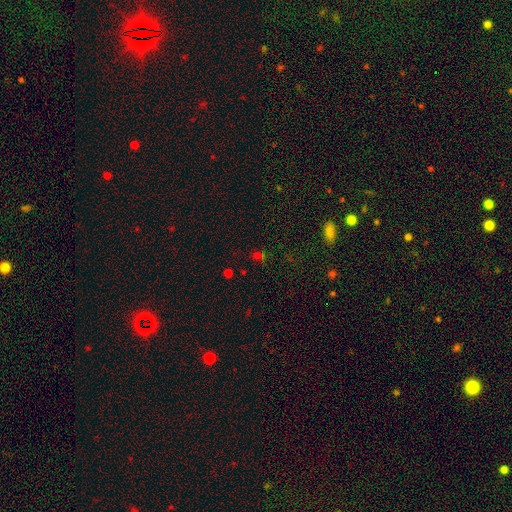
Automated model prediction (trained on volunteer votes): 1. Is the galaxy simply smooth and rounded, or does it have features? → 52% star or artifact, 39% smooth, 8% featured or disk.